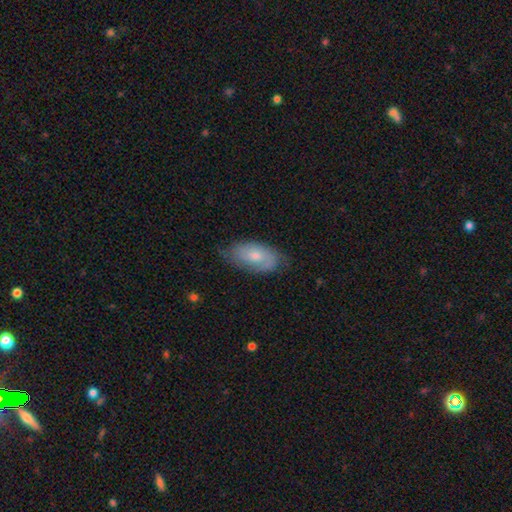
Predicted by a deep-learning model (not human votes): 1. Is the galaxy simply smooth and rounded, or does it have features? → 55% smooth, 39% featured or disk, 6% star or artifact.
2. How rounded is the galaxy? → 91% in between, 4% cigar-shaped, 4% round.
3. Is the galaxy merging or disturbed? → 65% none, 28% minor disturbance, 6% major disturbance, 1% merger.